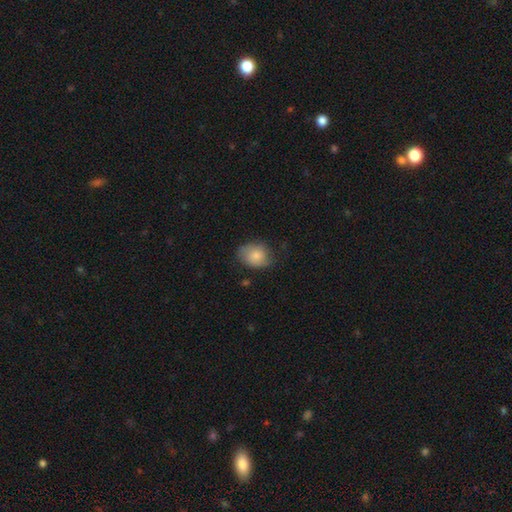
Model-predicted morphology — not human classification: Q: Smooth or featured?
A: smooth (81%); runner-up: featured or disk (12%)
Q: How rounded?
A: in between (57%); runner-up: round (42%)
Q: Merging?
A: none (64%); runner-up: minor disturbance (28%)